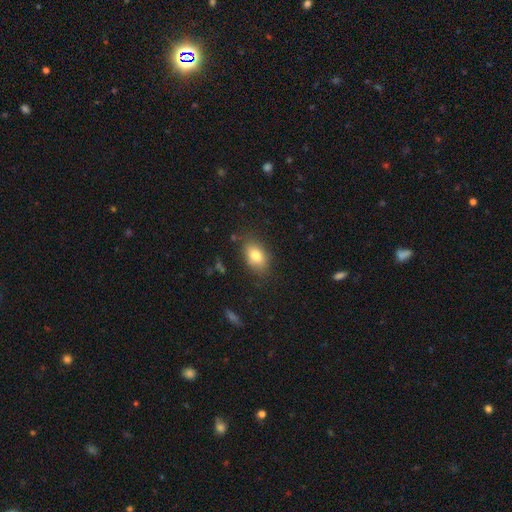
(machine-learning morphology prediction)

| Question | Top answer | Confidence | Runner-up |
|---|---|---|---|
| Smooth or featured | smooth | 80% | featured or disk (11%) |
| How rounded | in between | 85% | round (13%) |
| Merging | none | 81% | minor disturbance (13%) |